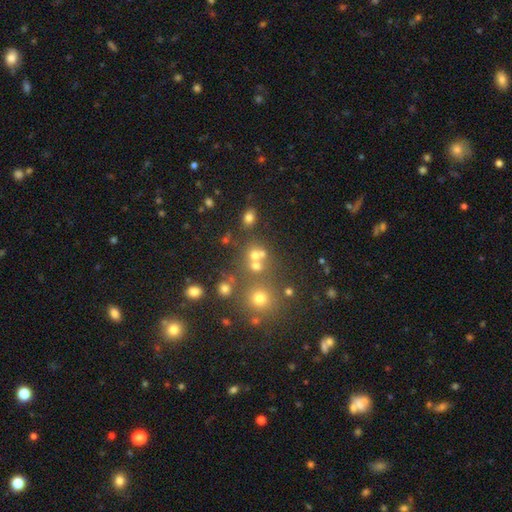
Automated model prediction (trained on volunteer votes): smooth_or_featured: smooth (p=0.62) [alt: star or artifact p=0.24]
how_rounded: round (p=0.75) [alt: in between p=0.23]
merging: none (p=0.56) [alt: merger p=0.30]